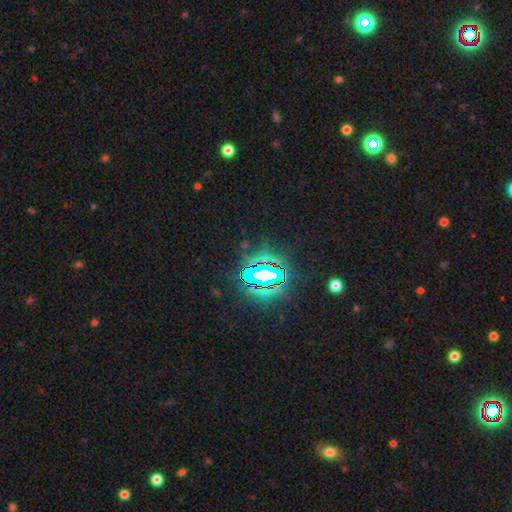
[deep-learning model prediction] The model was most divided on "smooth or featured": star or artifact: 83%, smooth: 10%, featured or disk: 8%.